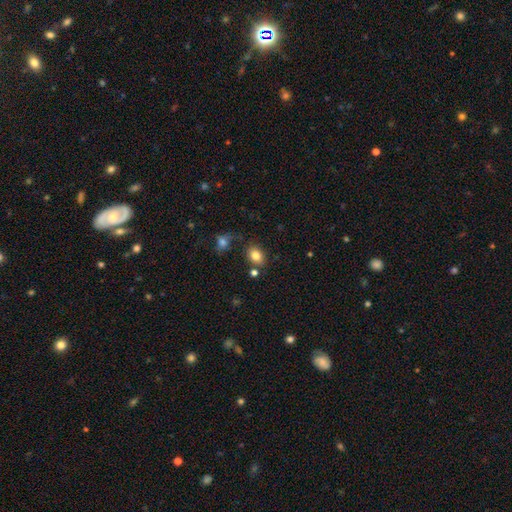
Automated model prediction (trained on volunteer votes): The model was most divided on "how rounded": in between: 62%, round: 37%, cigar-shaped: 1%. More confident: smooth or featured — smooth (82%); merging — none (76%).